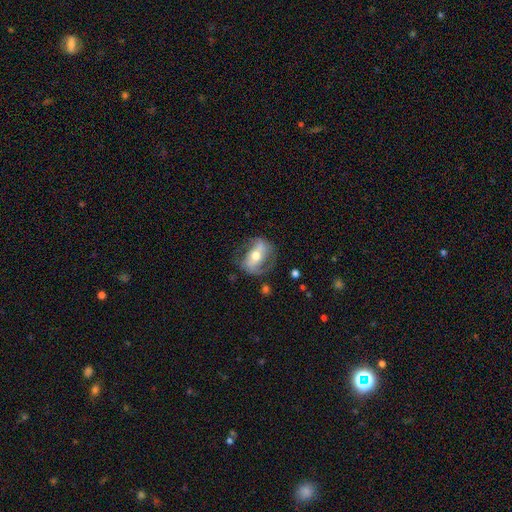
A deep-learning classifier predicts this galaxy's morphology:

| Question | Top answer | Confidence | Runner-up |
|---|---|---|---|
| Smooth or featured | featured or disk | 70% | smooth (24%) |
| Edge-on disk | no | 91% | yes (9%) |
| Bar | strong | 52% | weak (26%) |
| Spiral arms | yes | 72% | no (28%) |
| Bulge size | moderate | 70% | small (21%) |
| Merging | none | 64% | minor disturbance (20%) |